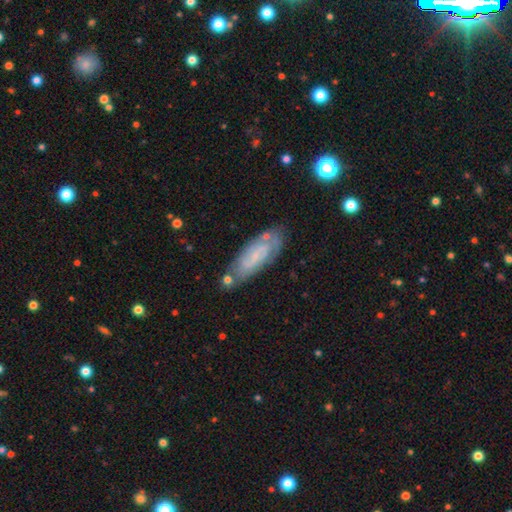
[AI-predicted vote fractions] This is possibly a featured or disk galaxy (58%). It is clearly not viewed edge-on (84%). Merging: likely none (69%).